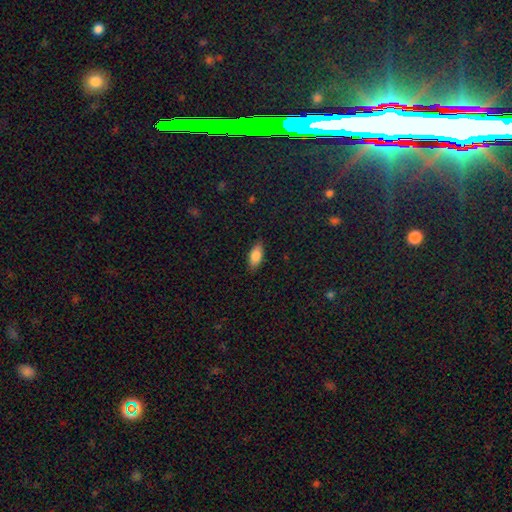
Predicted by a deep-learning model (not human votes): Smooth or featured? Predicted: smooth (p=0.84). How rounded? Predicted: in between (p=0.88). Merging? Predicted: none (p=0.85).